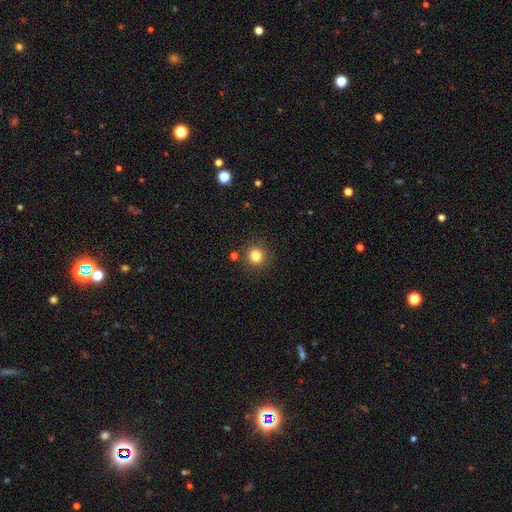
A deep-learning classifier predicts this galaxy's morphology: Smooth or featured?
  - smooth: 82% *
  - star or artifact: 13%
  - featured or disk: 6%
How rounded?
  - round: 92% *
  - in between: 7%
  - cigar-shaped: 1%
Merging?
  - none: 87% *
  - minor disturbance: 7%
  - merger: 4%
  - major disturbance: 3%